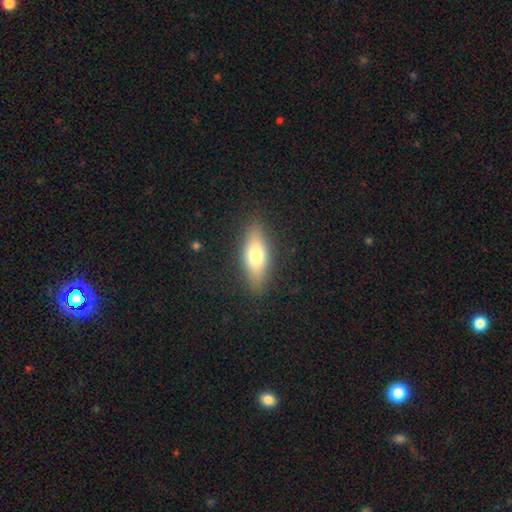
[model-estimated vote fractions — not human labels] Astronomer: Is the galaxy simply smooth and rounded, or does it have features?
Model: smooth — 68%.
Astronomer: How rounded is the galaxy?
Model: in between — 66%.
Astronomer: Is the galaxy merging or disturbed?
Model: none — 86%.